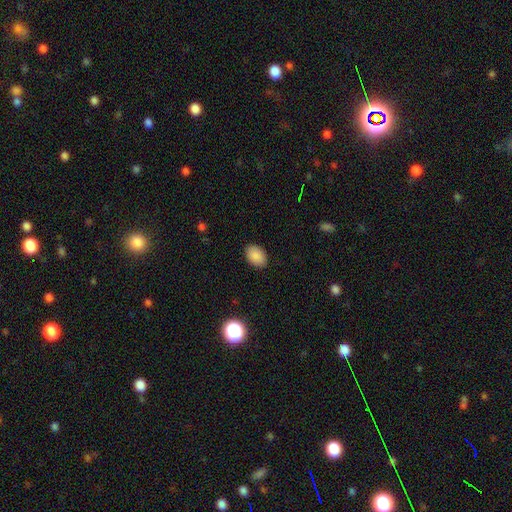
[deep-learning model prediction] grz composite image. It shows a smooth galaxy with no disk features (87%) that is in between round and cigar-shaped (83%). Merging: none (89%).